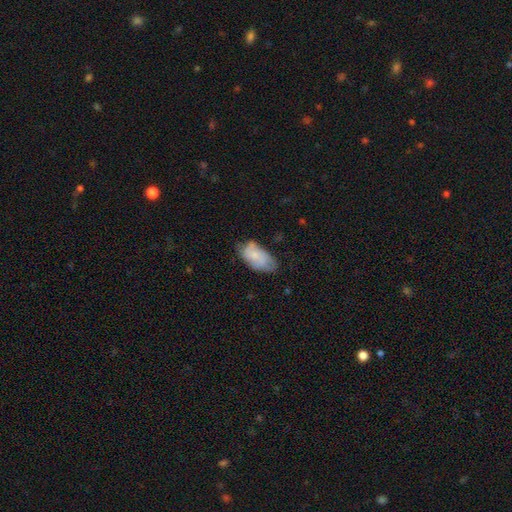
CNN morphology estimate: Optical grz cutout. It shows a smooth galaxy with no disk features (66%) that is in between round and cigar-shaped (94%). Merging: none (55%).